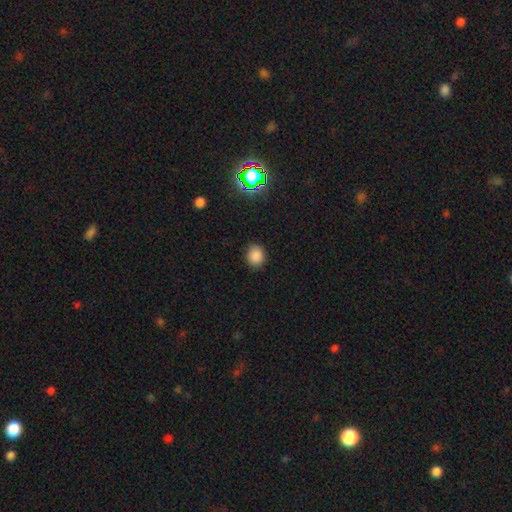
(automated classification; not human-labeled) Smooth or featured?
  - smooth: 84% *
  - star or artifact: 12%
  - featured or disk: 3%
How rounded?
  - round: 67% *
  - in between: 32%
  - cigar-shaped: 1%
Merging?
  - none: 88% *
  - minor disturbance: 8%
  - major disturbance: 2%
  - merger: 1%